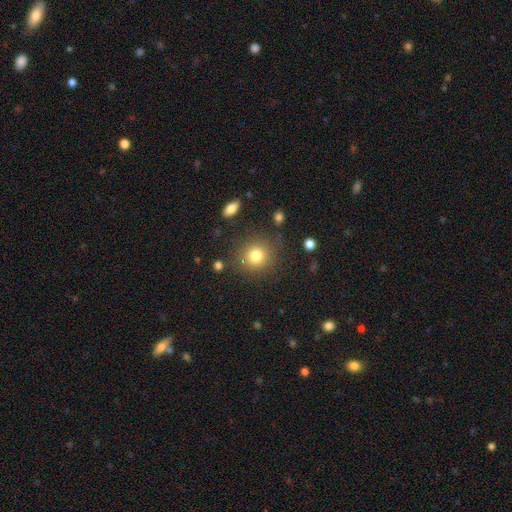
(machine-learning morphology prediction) smooth 80%, star or artifact 12%, featured or disk 8%. Down the decision tree: how rounded — round (87%); merging — none (84%).